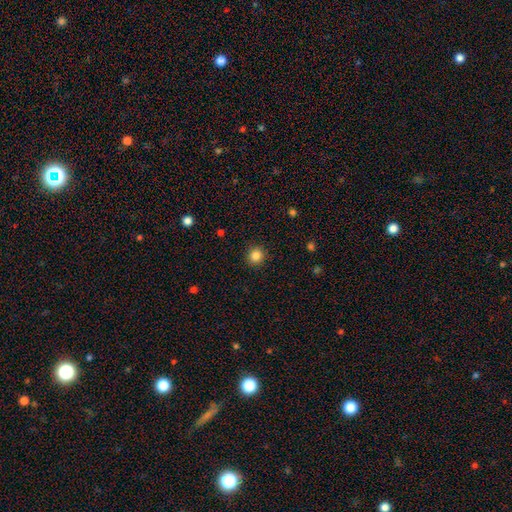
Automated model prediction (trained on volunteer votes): Q: Smooth or featured?
A: smooth (85%); runner-up: star or artifact (11%)
Q: How rounded?
A: round (91%); runner-up: in between (8%)
Q: Merging?
A: none (91%); runner-up: minor disturbance (6%)